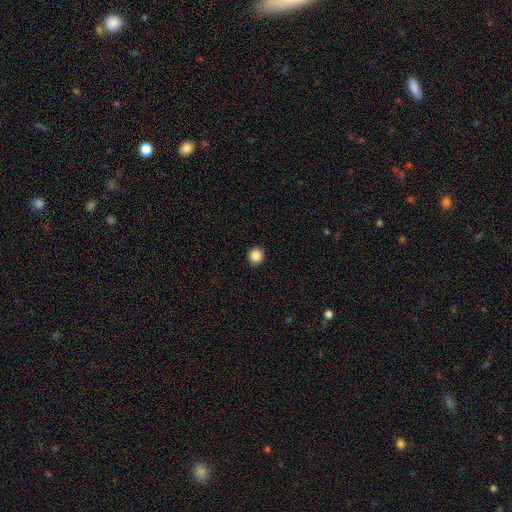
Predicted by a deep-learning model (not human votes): Smooth or featured? smooth (88%)
How rounded? round (90%)
Merging? none (93%)